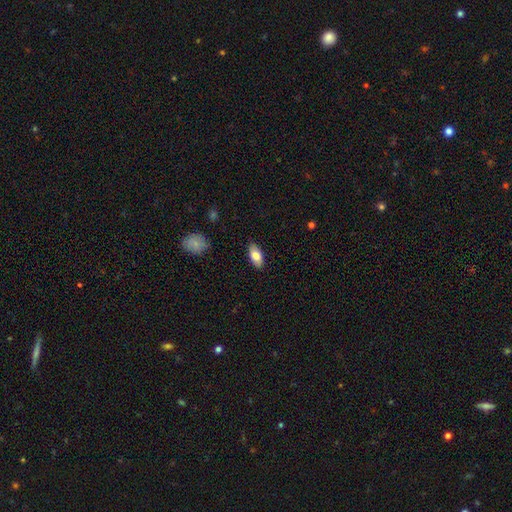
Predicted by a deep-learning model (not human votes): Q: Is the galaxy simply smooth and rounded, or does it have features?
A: smooth — 80%.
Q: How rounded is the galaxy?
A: in between — 92%.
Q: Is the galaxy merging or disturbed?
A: none — 87%.